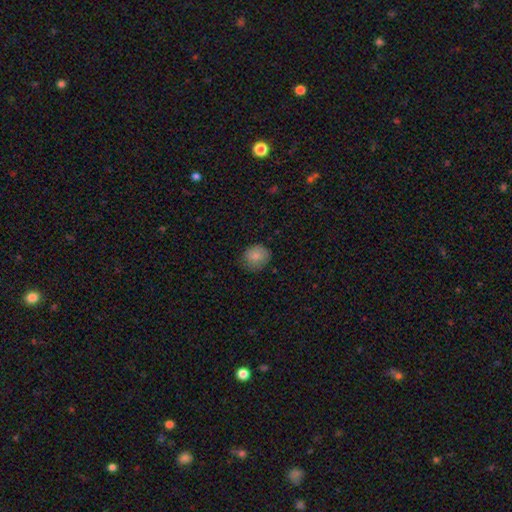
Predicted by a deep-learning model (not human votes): Smooth or featured?
  - smooth: 84% *
  - star or artifact: 8%
  - featured or disk: 8%
How rounded?
  - round: 73% *
  - in between: 26%
  - cigar-shaped: 1%
Merging?
  - none: 76% *
  - minor disturbance: 19%
  - major disturbance: 4%
  - merger: 1%